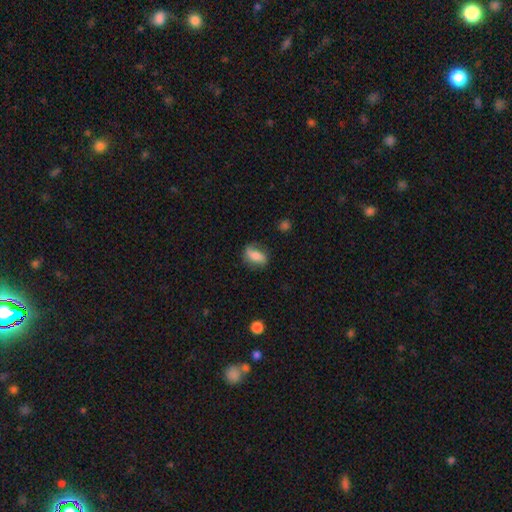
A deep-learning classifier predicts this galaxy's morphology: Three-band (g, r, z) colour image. It shows a smooth galaxy with no disk features (69%) that is in between round and cigar-shaped (76%). Merging: none (71%).